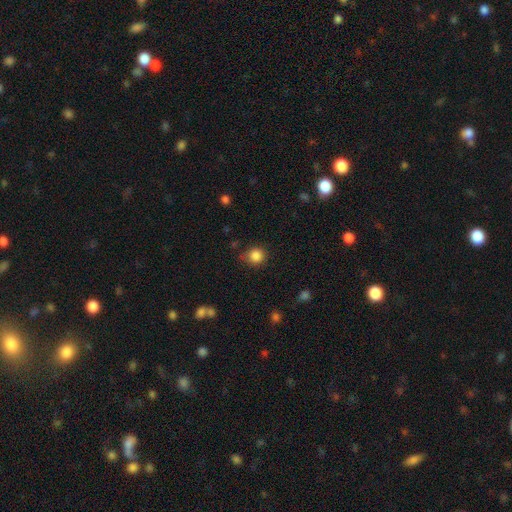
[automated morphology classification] Overall: smooth (85%). How rounded: round (88%). Merging: none (77%).